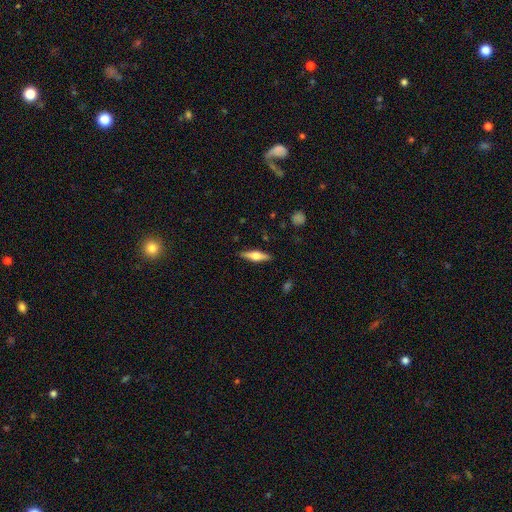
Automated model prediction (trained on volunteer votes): This appears to be a featured or disk galaxy (59%) viewed edge-on (96%) with a rounded central bulge (92%). Merging: none (89%).